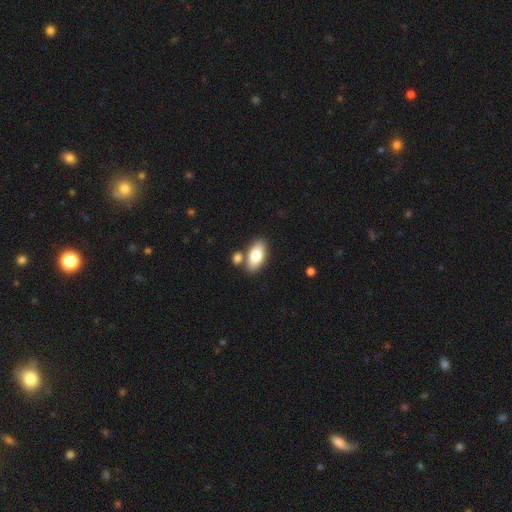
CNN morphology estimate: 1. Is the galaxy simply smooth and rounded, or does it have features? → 78% smooth, 16% featured or disk, 7% star or artifact.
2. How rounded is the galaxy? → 91% in between, 4% cigar-shaped, 4% round.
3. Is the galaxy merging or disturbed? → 70% none, 17% merger, 10% minor disturbance, 3% major disturbance.